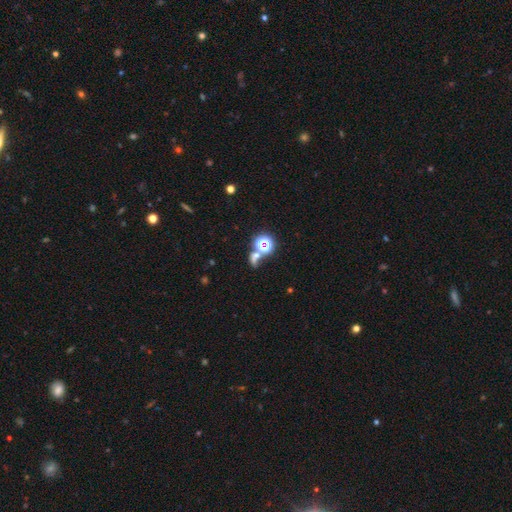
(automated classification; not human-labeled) smooth-or-featured: star or artifact: 49% | smooth: 37% | featured or disk: 15%